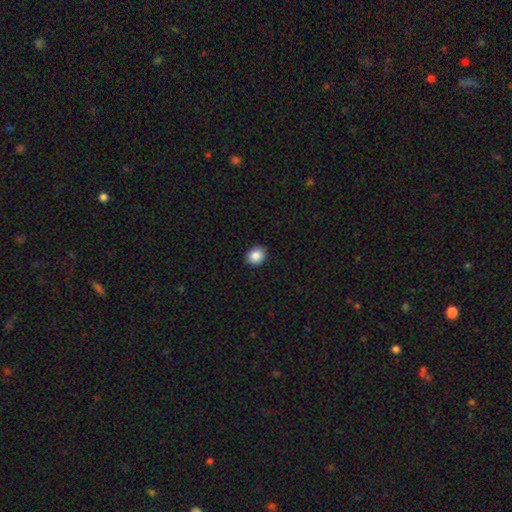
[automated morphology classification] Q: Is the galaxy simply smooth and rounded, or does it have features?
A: smooth — 88%.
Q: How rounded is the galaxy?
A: round — 66%.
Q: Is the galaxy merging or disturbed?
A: none — 91%.